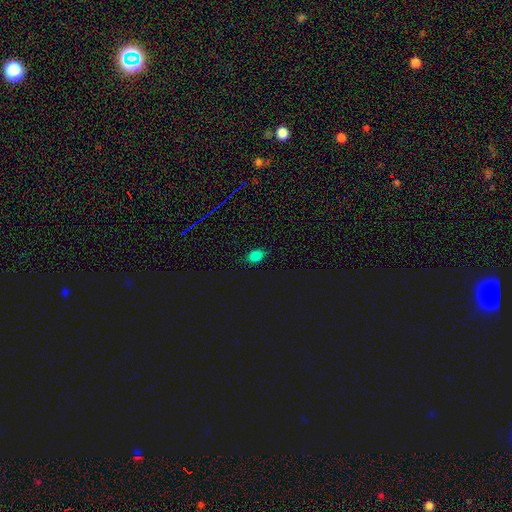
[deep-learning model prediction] smooth-or-featured: smooth: 79% | star or artifact: 17% | featured or disk: 4%
  how-rounded: in between: 65% | round: 33% | cigar-shaped: 2%
  merging: none: 78% | minor disturbance: 18% | major disturbance: 3% | merger: 1%